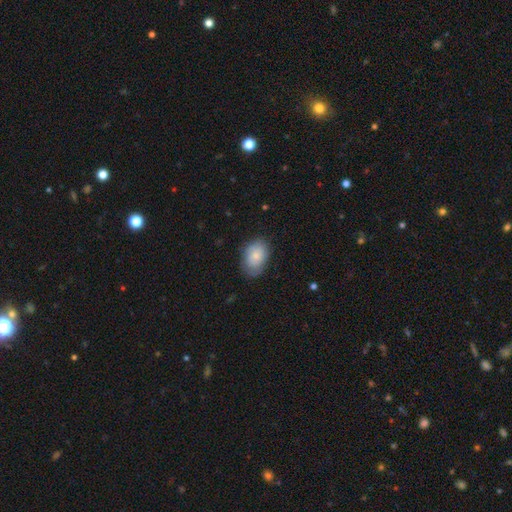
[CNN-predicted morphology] Overall: smooth (73%). How rounded: in between (84%). Merging: none (71%).